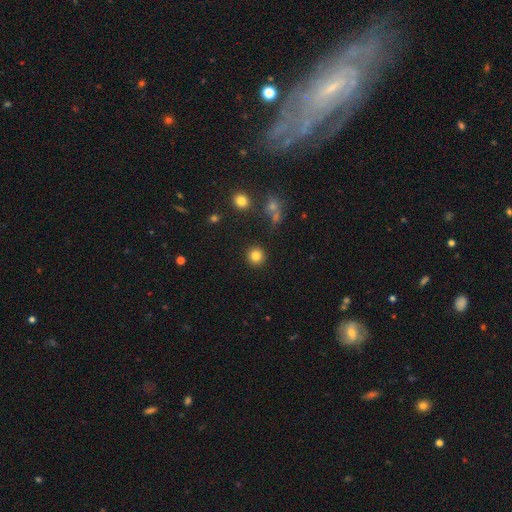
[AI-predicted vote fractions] A smooth galaxy with no disk features (83%) that is round (94%). Merging: none (90%).